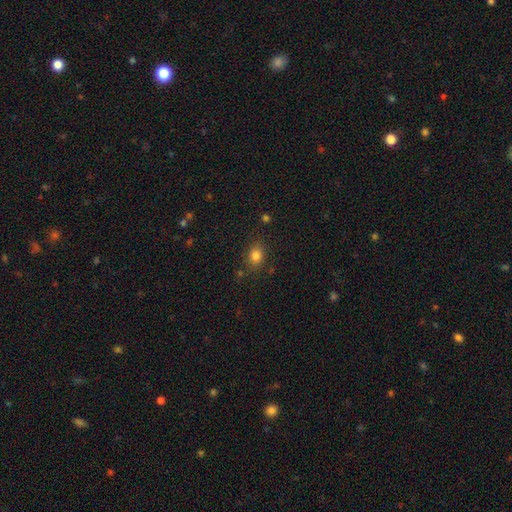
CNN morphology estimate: Smooth or featured? Predicted: smooth (p=0.81). How rounded? Predicted: in between (p=0.52). Merging? Predicted: none (p=0.81).